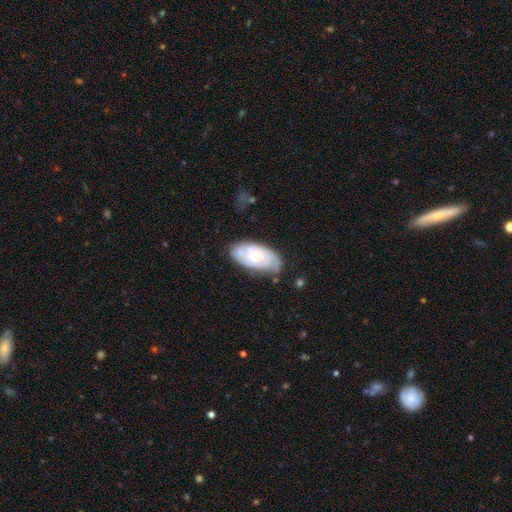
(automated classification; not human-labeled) This is likely a featured or disk galaxy (63%). It is clearly not viewed edge-on (93%). Bar: clearly no (81%). Spiral arm pattern: likely yes (77%). Central bulge: possibly moderate (48%). Merging: likely none (69%).